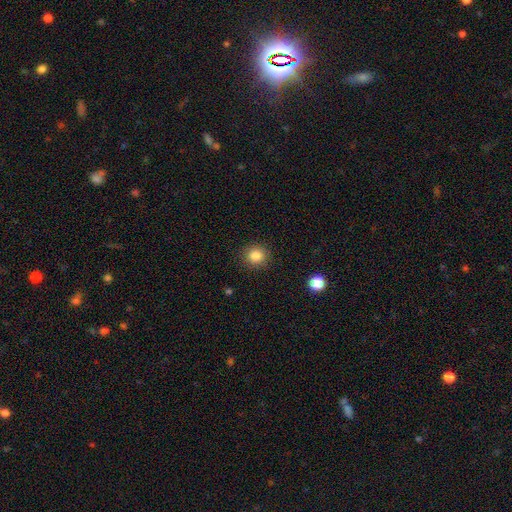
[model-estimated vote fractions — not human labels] Smooth or featured: smooth — 84% (star or artifact — 11%)
How rounded: round — 89% (in between — 10%)
Merging: none — 90% (minor disturbance — 7%)